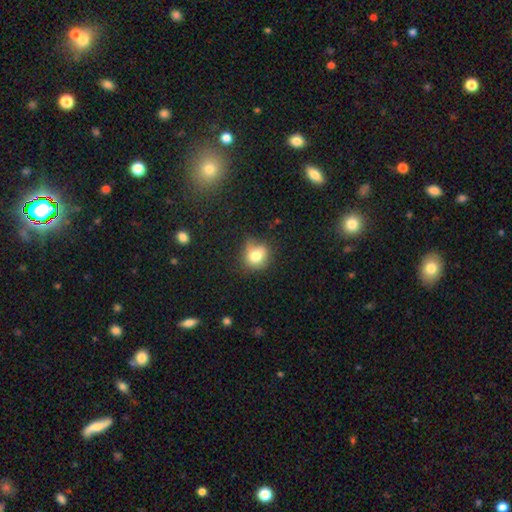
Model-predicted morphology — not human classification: A smooth galaxy with no disk features (76%) that is round (79%).

Vote fractions:
- Smooth or featured? smooth: 76% / star or artifact: 12% / featured or disk: 12%
- How rounded? round: 79% / in between: 20% / cigar-shaped: 1%
- Merging? none: 59% / minor disturbance: 29% / major disturbance: 9% / merger: 4%